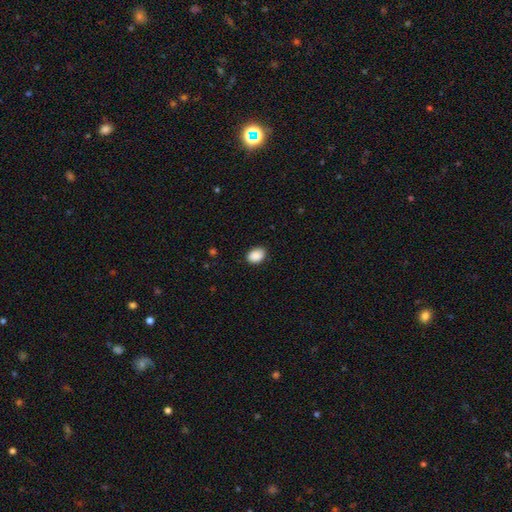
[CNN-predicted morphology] This is clearly a smooth galaxy (90%). How rounded: likely in between (78%). Merging: clearly none (86%).